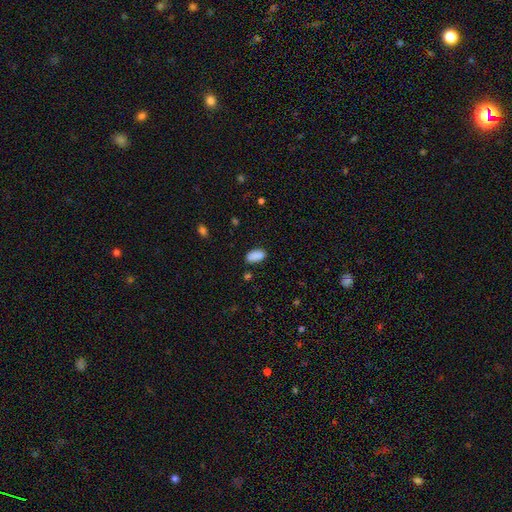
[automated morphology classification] The model was most divided on "merging": none: 81%, minor disturbance: 13%, major disturbance: 3%, merger: 3%. More confident: how rounded — in between (93%); smooth or featured — smooth (88%).